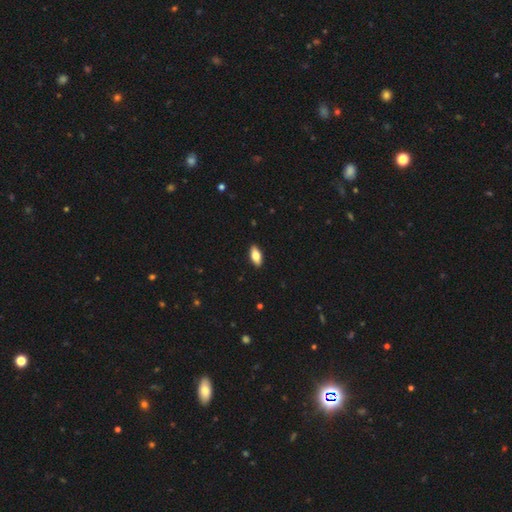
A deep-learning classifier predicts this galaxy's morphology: Smooth or featured: smooth — 75% (featured or disk — 19%)
How rounded: in between — 84% (cigar-shaped — 13%)
Merging: none — 90% (minor disturbance — 7%)